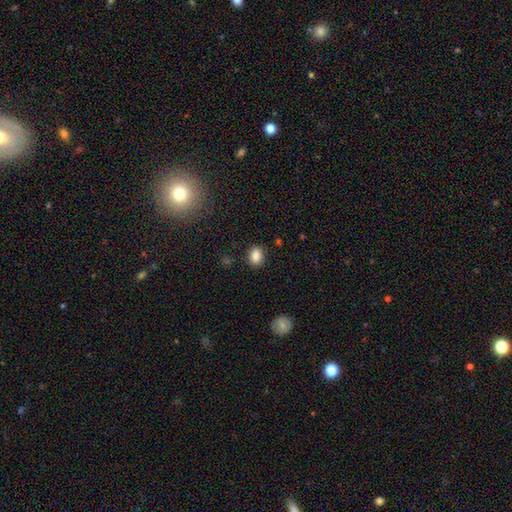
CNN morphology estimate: Smooth or featured: smooth — 85% (star or artifact — 9%)
How rounded: in between — 59% (round — 40%)
Merging: none — 87% (minor disturbance — 9%)